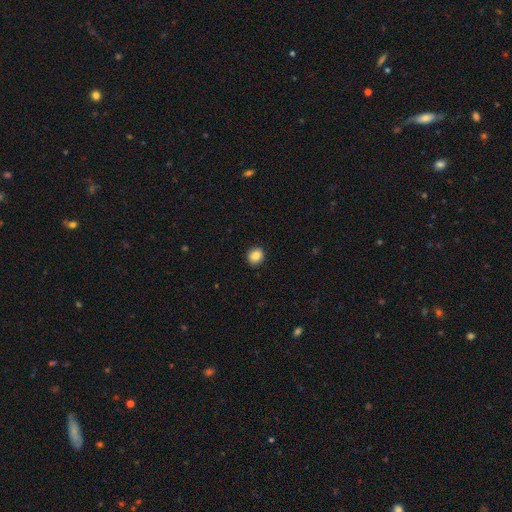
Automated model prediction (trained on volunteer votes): A smooth galaxy with no disk features (86%) that is round (85%). Merging: none (91%).